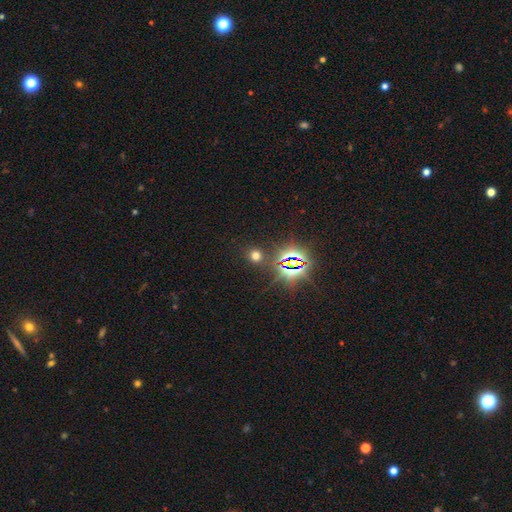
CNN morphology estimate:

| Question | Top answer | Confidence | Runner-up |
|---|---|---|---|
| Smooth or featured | smooth | 55% | star or artifact (38%) |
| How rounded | round | 83% | in between (16%) |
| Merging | none | 84% | minor disturbance (8%) |